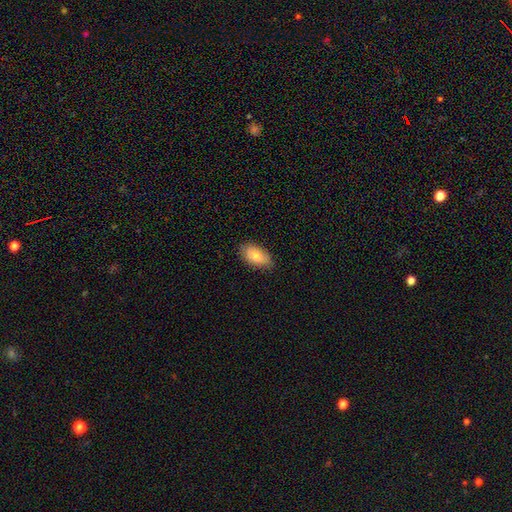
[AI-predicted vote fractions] Smooth or featured? Predicted: smooth (p=0.82). How rounded? Predicted: in between (p=0.93). Merging? Predicted: none (p=0.82).